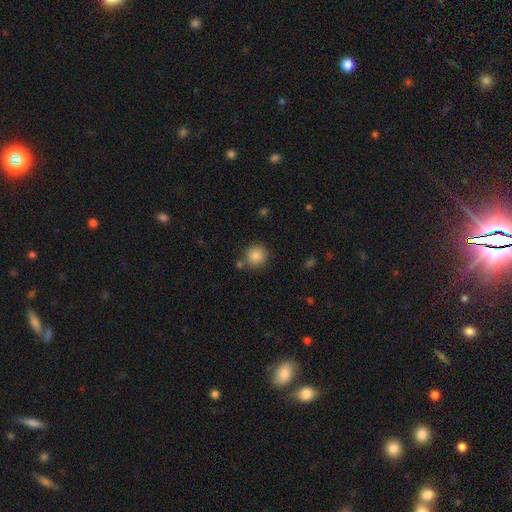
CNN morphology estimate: smooth 85%, star or artifact 9%, featured or disk 5%. Down the decision tree: how rounded — round (92%); merging — none (81%).